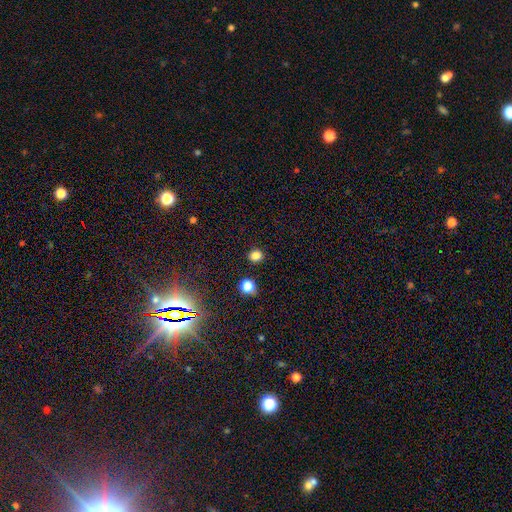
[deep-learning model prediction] smooth-or-featured: smooth: 82% | star or artifact: 14% | featured or disk: 4%
  how-rounded: round: 78% | in between: 21% | cigar-shaped: 1%
  merging: none: 88% | minor disturbance: 6% | merger: 3% | major disturbance: 2%